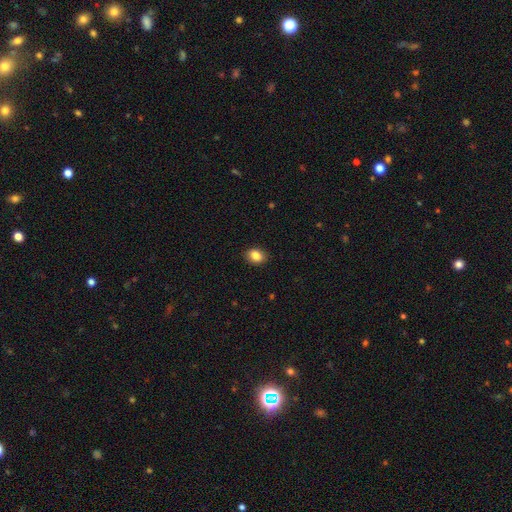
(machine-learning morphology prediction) Smooth or featured? Predicted: smooth (p=0.86). How rounded? Predicted: in between (p=0.65). Merging? Predicted: none (p=0.89).